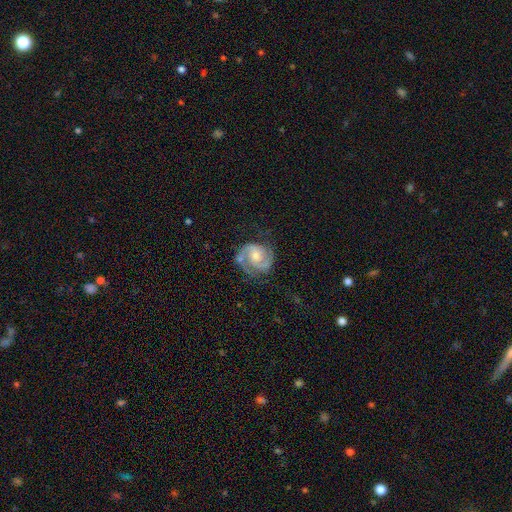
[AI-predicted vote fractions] A featured or disk galaxy (85%) with no bar (61%), 2 (84%) tight (45%, tied with medium) spiral arms (96%) and a moderate central bulge (52%).

Vote fractions:
- Smooth or featured? featured or disk: 85% / smooth: 10% / star or artifact: 6%
- Edge-on disk? no: 98% / yes: 2%
- Bar? no: 61% / weak: 33% / strong: 6%
- Spiral arms? yes: 96% / no: 4%
- Spiral winding? tight: 45% (tied) / medium: 45% (tied) / loose: 10%
- Spiral arm count? 2: 84% / can't tell: 6% / 3: 4% / 1: 4% / 4: 1% / more than 4: 1%
- Bulge size? moderate: 52% / small: 26% / large: 12% / none: 8% / dominant: 2%
- Merging? none: 67% / minor disturbance: 20% / major disturbance: 10% / merger: 3%